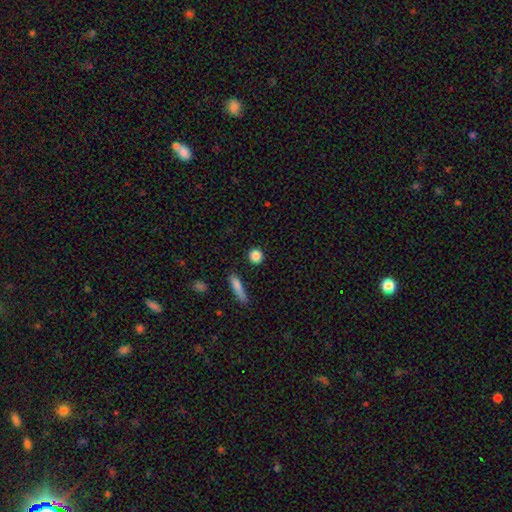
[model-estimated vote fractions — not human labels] smooth_or_featured: smooth (p=0.86) [alt: star or artifact p=0.09]
how_rounded: round (p=0.89) [alt: in between p=0.08]
merging: none (p=0.89) [alt: minor disturbance p=0.06]